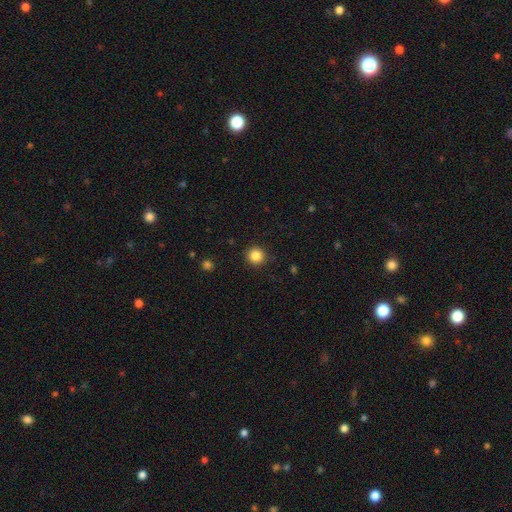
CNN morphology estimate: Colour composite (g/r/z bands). It shows a smooth galaxy with no disk features (85%) that is round (94%). Merging: none (91%).